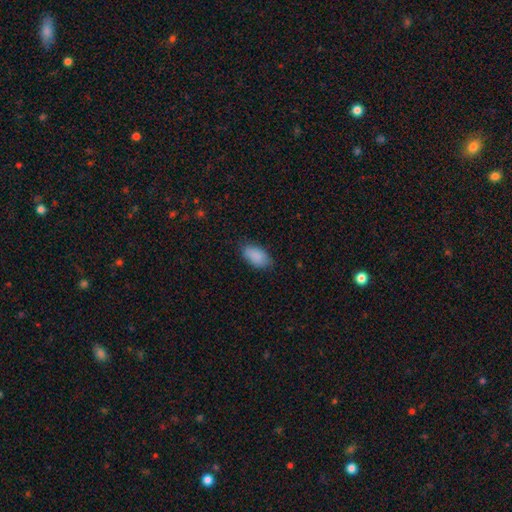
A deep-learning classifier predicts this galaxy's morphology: smooth-or-featured: smooth: 89% | star or artifact: 7% | featured or disk: 4%
  how-rounded: in between: 94% | round: 3% | cigar-shaped: 3%
  merging: none: 81% | minor disturbance: 15% | major disturbance: 3% | merger: 1%